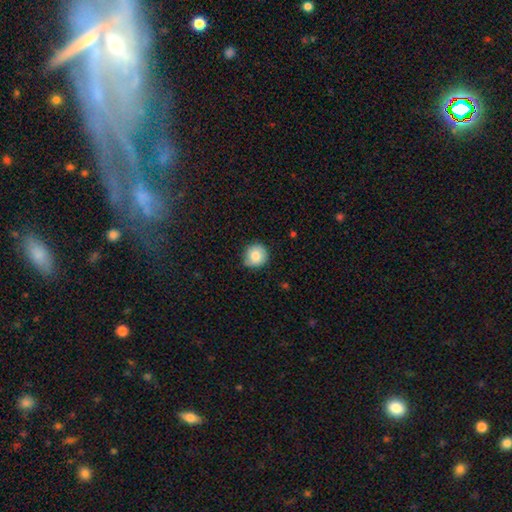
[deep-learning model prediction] A smooth galaxy with no disk features (84%) that is round (91%). Merging: none (77%).